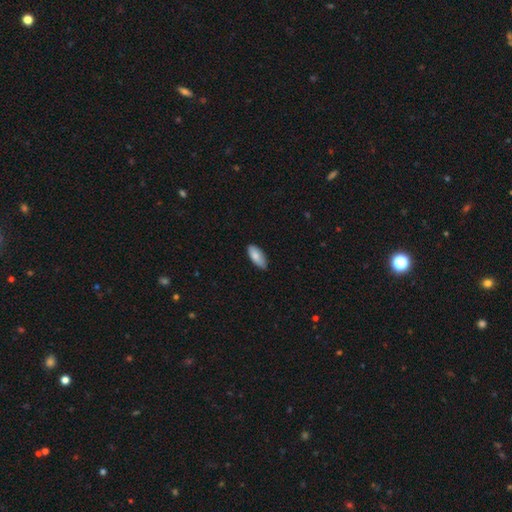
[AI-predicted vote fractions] This is clearly a smooth galaxy (85%). How rounded: clearly in between (87%). Merging: likely none (79%).